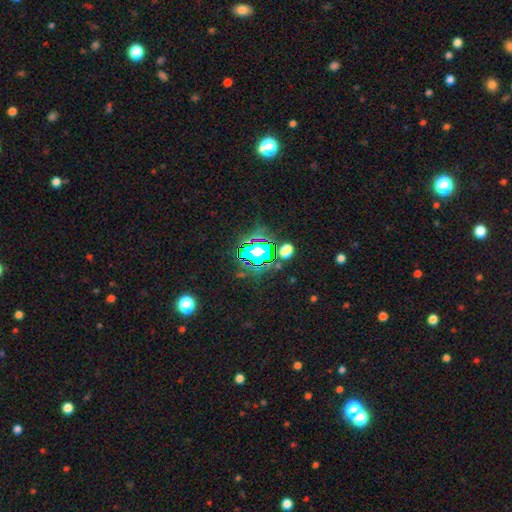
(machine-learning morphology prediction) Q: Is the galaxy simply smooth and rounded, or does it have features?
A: star or artifact — 71%.